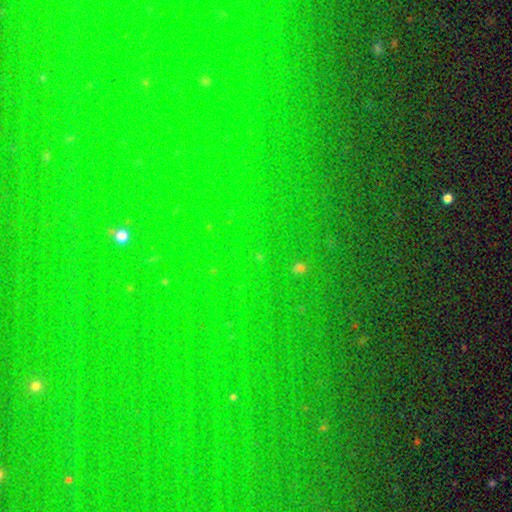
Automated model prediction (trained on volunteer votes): star or artifact 80%, smooth 13%, featured or disk 7%.